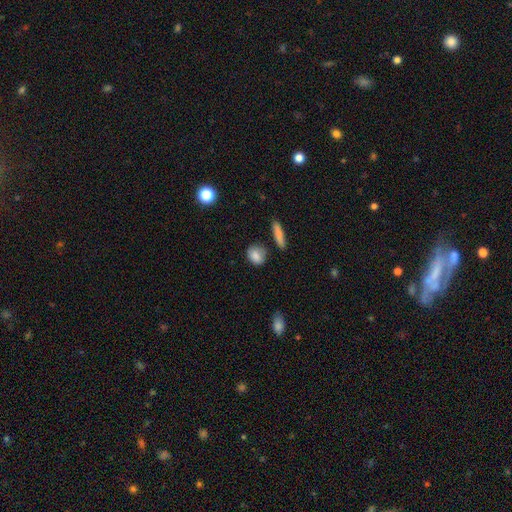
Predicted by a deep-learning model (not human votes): Morphology: type=smooth (84%); roundness=round (56%); merging=none (76%).